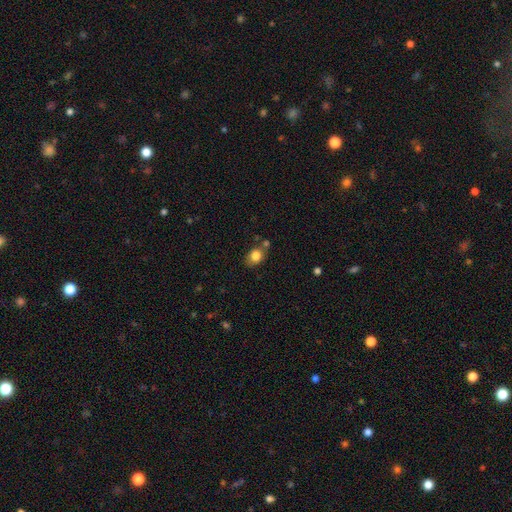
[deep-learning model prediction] This appears to be a smooth galaxy with no disk features (82%) that is in between round and cigar-shaped (56%). Merging: none (67%).